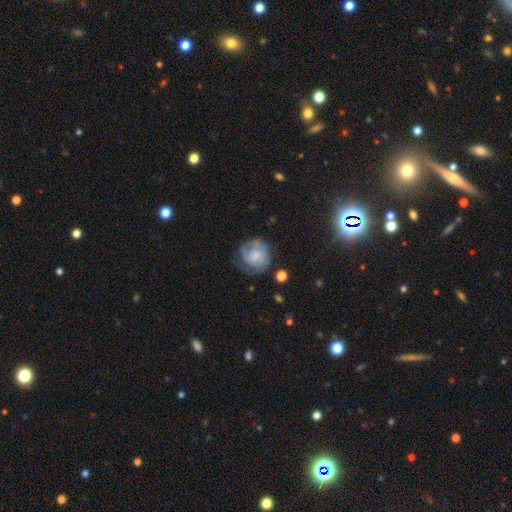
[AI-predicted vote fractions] Overall: featured or disk (72%). Edge-on disk: no (98%). Bar: no (66%; weak 29%). Spiral arms: yes (92%). Spiral arm count: 2 (45%; can't tell 25%). Spiral winding: tight (57%; medium 33%). Bulge size: small (62%). Merging: none (64%).